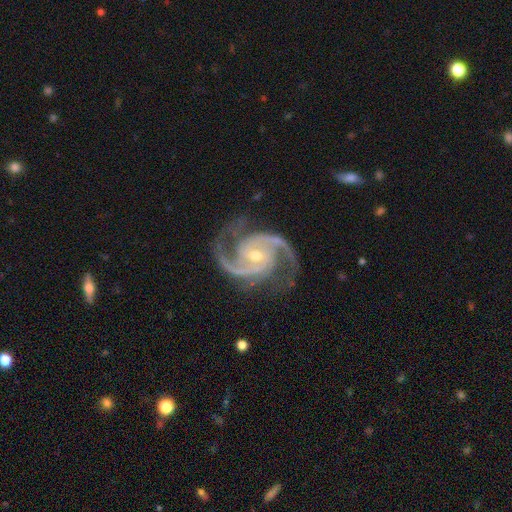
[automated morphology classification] Overall: featured or disk (94%). Edge-on disk: no (98%). Bar: no (44%; weak 40%). Spiral arms: yes (99%). Spiral arm count: 2 (79%). Spiral winding: medium (64%; tight 25%). Bulge size: small (50%; moderate 47%). Merging: none (78%).